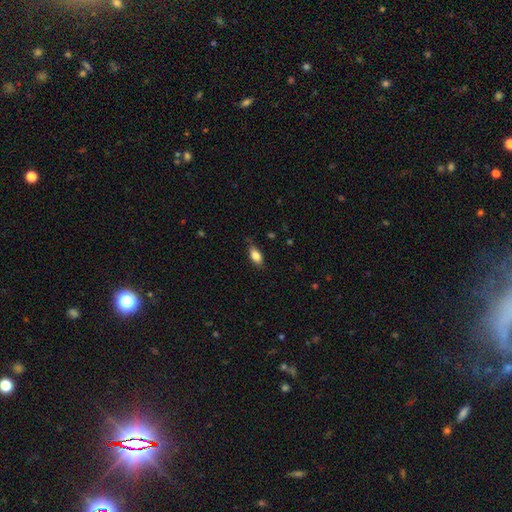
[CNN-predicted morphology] type=smooth (82%); roundness=in between (88%); merging=none (78%).